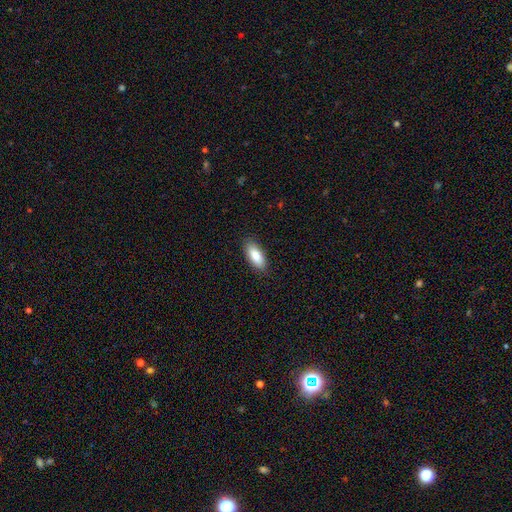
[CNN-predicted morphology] This is clearly a smooth galaxy (85%). How rounded: likely in between (79%). Merging: clearly none (87%).